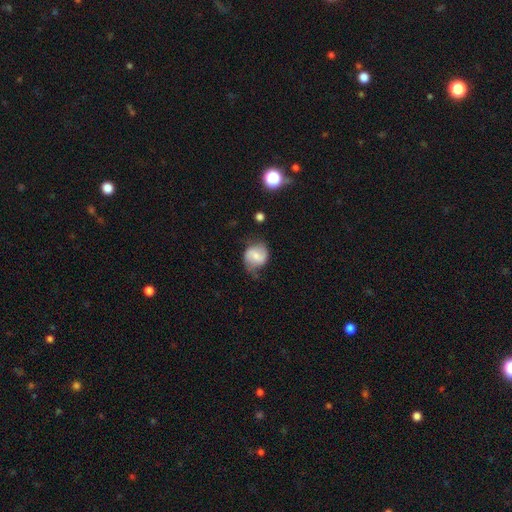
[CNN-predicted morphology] Smooth or featured? smooth (51%)
How rounded? round (68%)
Merging? none (52%)